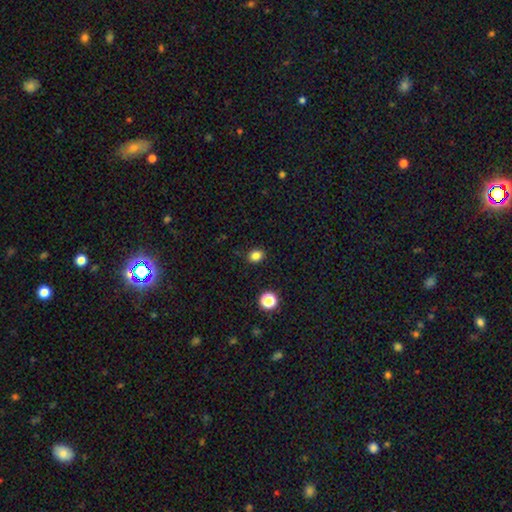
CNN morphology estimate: Overall: smooth (83%). How rounded: round (56%; in between 43%). Merging: none (89%).